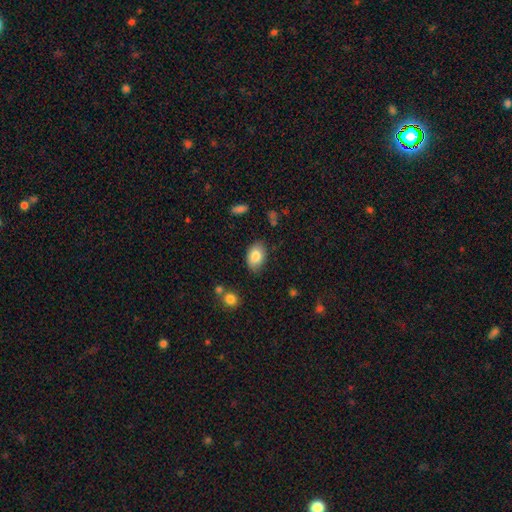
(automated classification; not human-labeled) This is clearly a smooth galaxy (83%). How rounded: clearly in between (87%). Merging: likely none (80%).